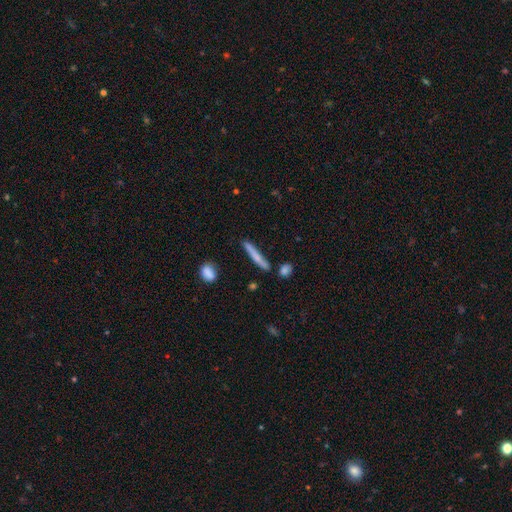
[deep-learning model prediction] Smooth or featured?
  - smooth: 62% *
  - featured or disk: 31%
  - star or artifact: 6%
How rounded?
  - cigar-shaped: 94% *
  - in between: 4%
  - round: 2%
Merging?
  - none: 80% *
  - minor disturbance: 12%
  - merger: 5%
  - major disturbance: 3%